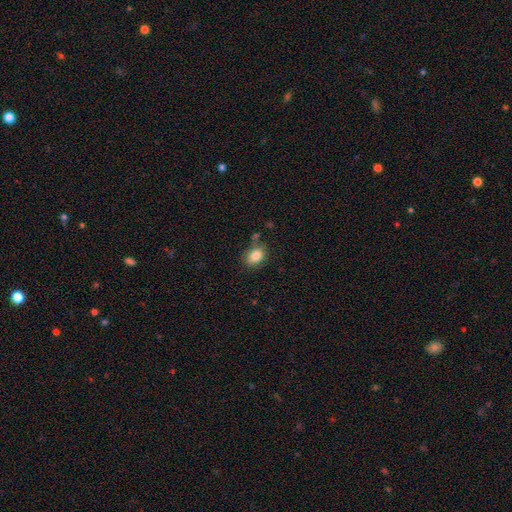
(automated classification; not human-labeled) Q: Smooth or featured?
A: smooth (84%); runner-up: star or artifact (9%)
Q: How rounded?
A: in between (66%); runner-up: round (33%)
Q: Merging?
A: none (69%); runner-up: minor disturbance (18%)